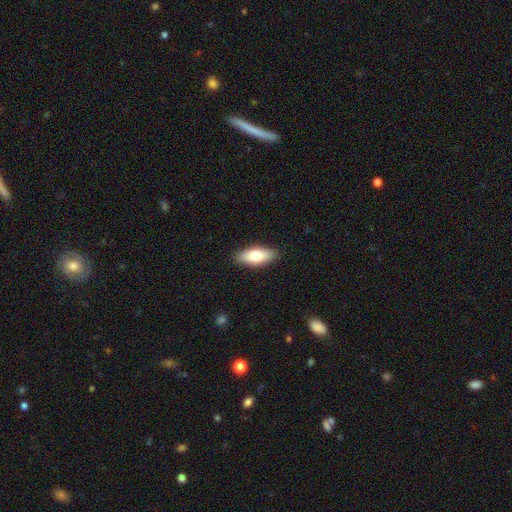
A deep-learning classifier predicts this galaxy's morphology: The model was most divided on "smooth or featured": smooth: 75%, featured or disk: 19%, star or artifact: 6%. More confident: merging — none (89%); how rounded — in between (78%).